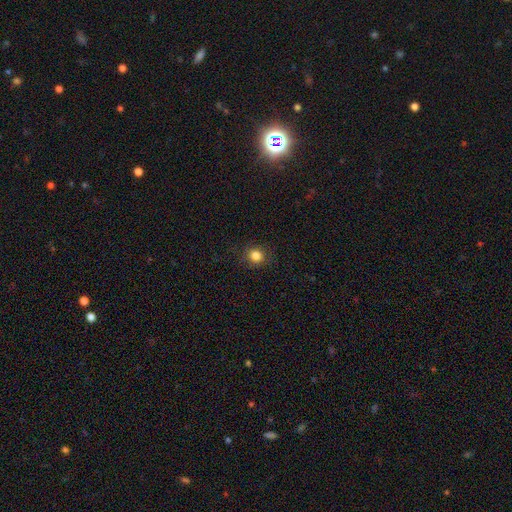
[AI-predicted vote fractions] smooth 83%, star or artifact 11%, featured or disk 5%. Down the decision tree: how rounded — round (86%); merging — none (87%).